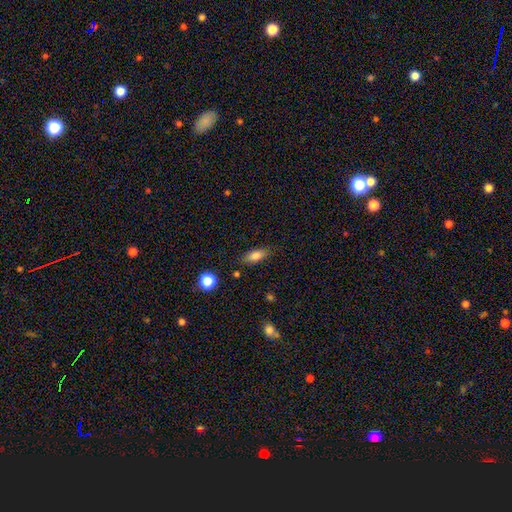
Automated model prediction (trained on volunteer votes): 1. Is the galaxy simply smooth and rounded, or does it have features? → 81% smooth, 10% featured or disk, 9% star or artifact.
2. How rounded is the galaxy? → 76% in between, 20% cigar-shaped, 4% round.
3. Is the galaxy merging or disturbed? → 81% none, 13% minor disturbance, 3% major disturbance, 2% merger.